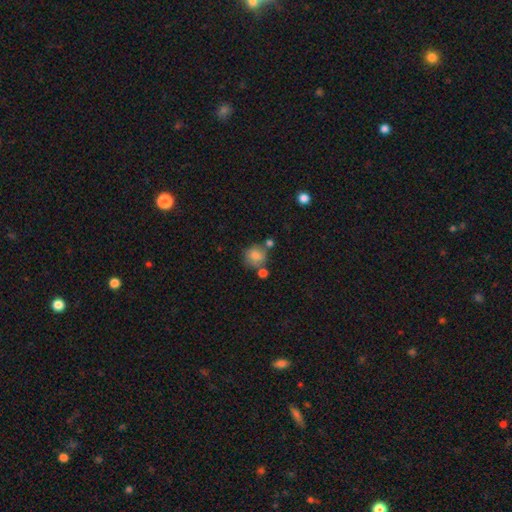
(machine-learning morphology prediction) smooth-or-featured: smooth: 78% | featured or disk: 13% | star or artifact: 9%
  how-rounded: round: 83% | in between: 16% | cigar-shaped: 1%
  merging: none: 57% | merger: 19% | minor disturbance: 18% | major disturbance: 6%